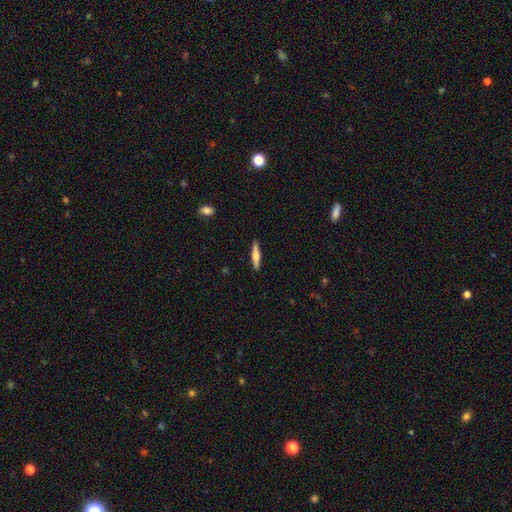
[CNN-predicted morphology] smooth_or_featured: smooth (p=0.49) [alt: featured or disk p=0.45]
merging: none (p=0.90) [alt: minor disturbance p=0.07]